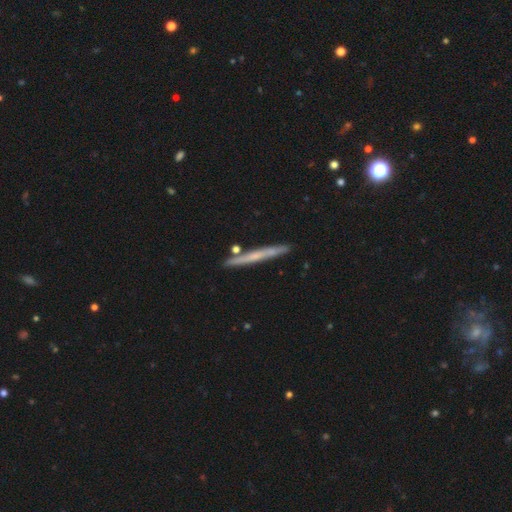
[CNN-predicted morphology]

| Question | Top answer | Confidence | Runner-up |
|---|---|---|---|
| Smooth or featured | featured or disk | 53% | smooth (41%) |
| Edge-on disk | yes | 95% | no (5%) |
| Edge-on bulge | none | 73% | rounded (22%) |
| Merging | none | 86% | minor disturbance (9%) |